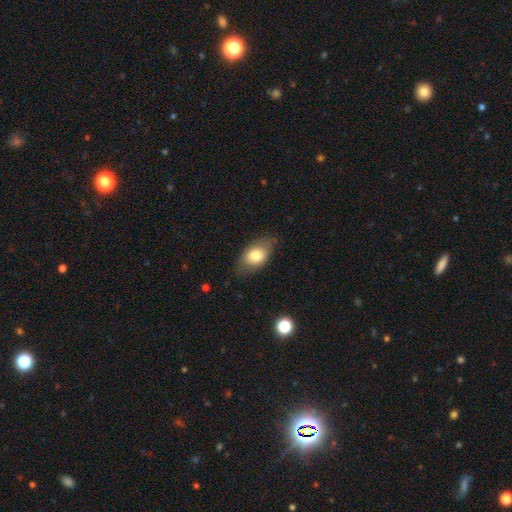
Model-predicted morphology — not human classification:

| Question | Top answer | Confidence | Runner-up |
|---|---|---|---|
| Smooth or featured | smooth | 77% | featured or disk (16%) |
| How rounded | in between | 88% | round (10%) |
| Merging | none | 76% | minor disturbance (17%) |